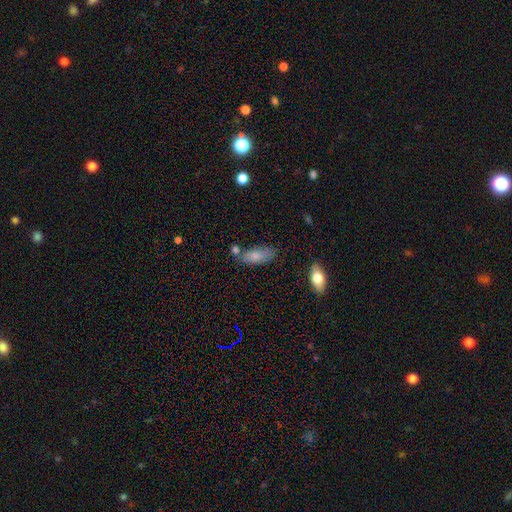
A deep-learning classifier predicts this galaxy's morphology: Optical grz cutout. It shows a smooth galaxy with no disk features (81%) that is in between round and cigar-shaped (81%). Merging: none (63%).